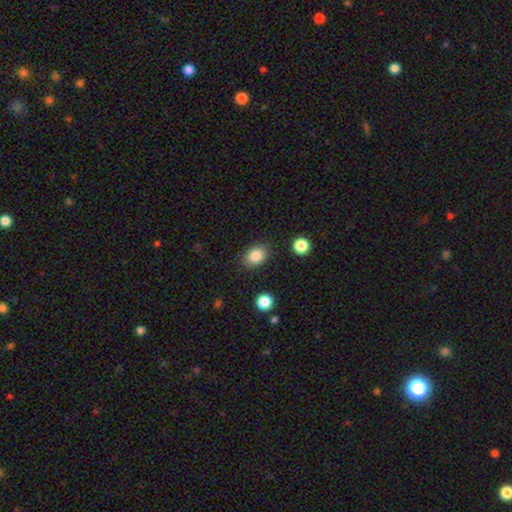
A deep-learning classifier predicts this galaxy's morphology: type=smooth (85%); roundness=in between (69%); merging=none (85%).